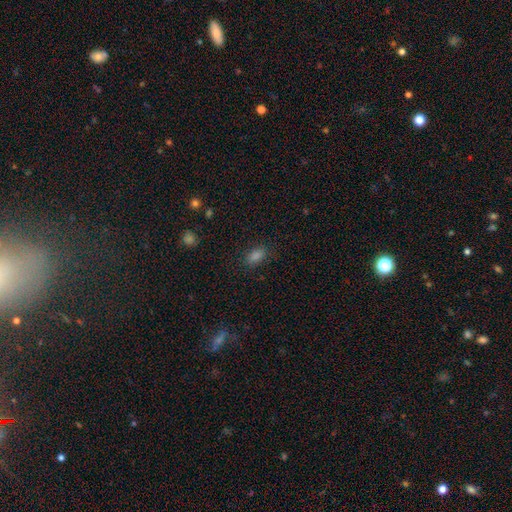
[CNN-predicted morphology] A smooth galaxy with no disk features (77%) that is in between round and cigar-shaped (84%). Merging: none (86%).